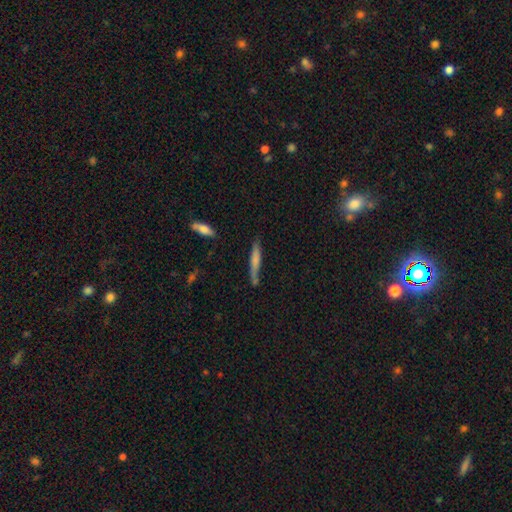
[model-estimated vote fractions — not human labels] Overall: smooth (53%; featured or disk 37%). How rounded: cigar-shaped (93%). Merging: none (77%).